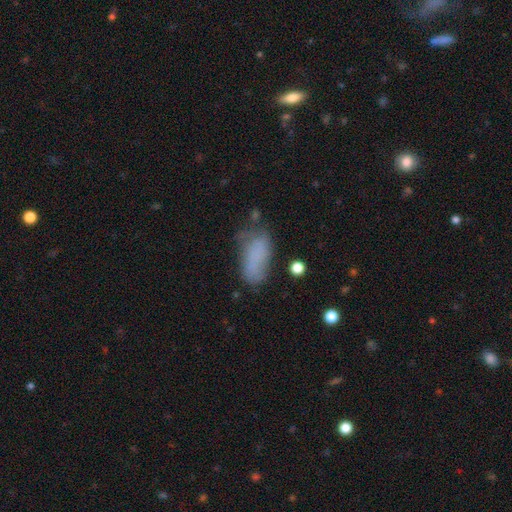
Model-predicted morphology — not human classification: smooth-or-featured: smooth: 73% | featured or disk: 16% | star or artifact: 11%
  how-rounded: in between: 85% | cigar-shaped: 12% | round: 3%
  merging: none: 48% | minor disturbance: 31% | major disturbance: 16% | merger: 5%